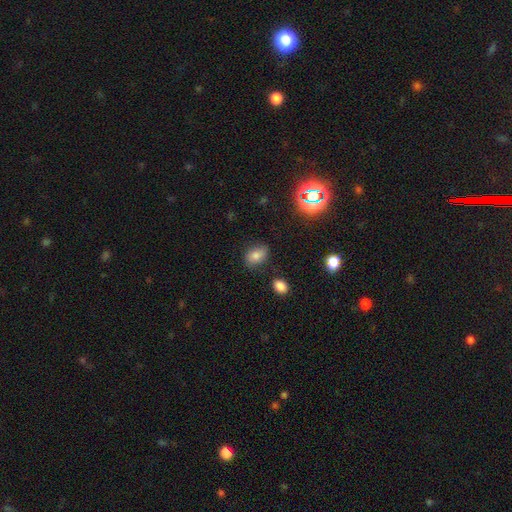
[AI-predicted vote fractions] This appears to be a smooth galaxy with no disk features (77%) that is in between round and cigar-shaped (78%). Merging: none (77%).